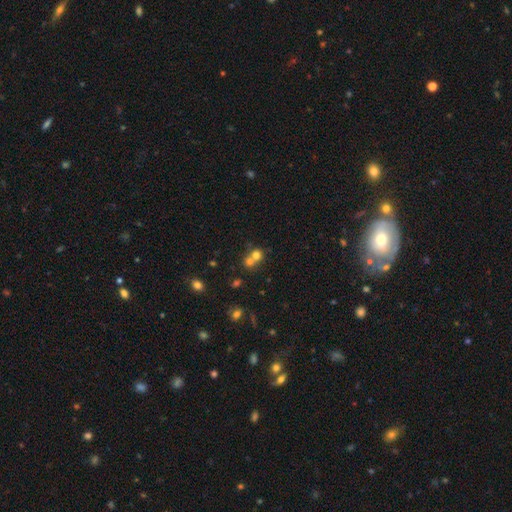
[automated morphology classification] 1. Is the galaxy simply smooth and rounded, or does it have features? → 71% smooth, 15% star or artifact, 14% featured or disk.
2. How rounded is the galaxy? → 83% round, 16% in between, 1% cigar-shaped.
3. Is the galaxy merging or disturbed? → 58% merger, 34% none, 5% minor disturbance, 3% major disturbance.